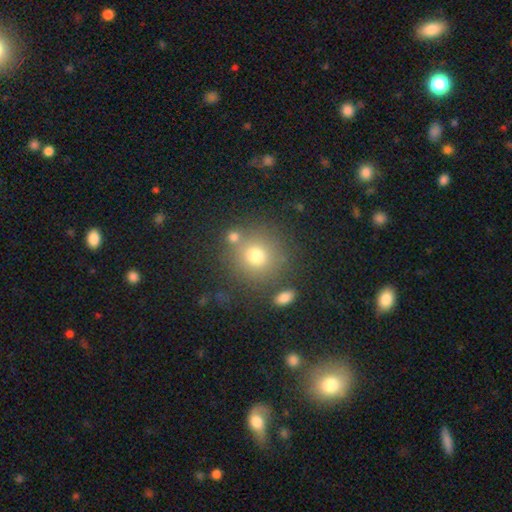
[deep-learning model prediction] The model was most divided on "smooth or featured": smooth: 73%, star or artifact: 15%, featured or disk: 12%. More confident: how rounded — round (89%); merging — none (73%).